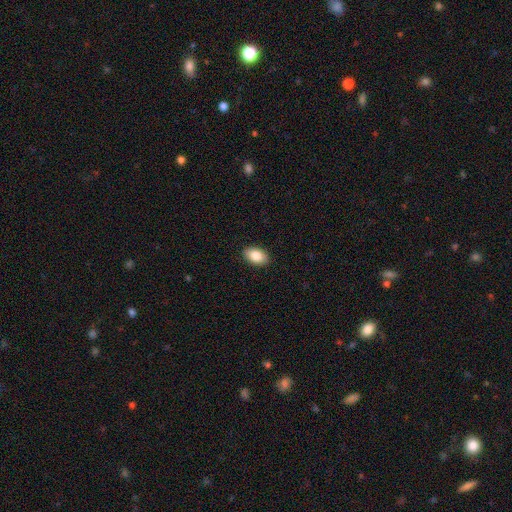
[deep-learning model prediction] This is clearly a smooth galaxy (86%). How rounded: clearly in between (91%). Merging: clearly none (90%).